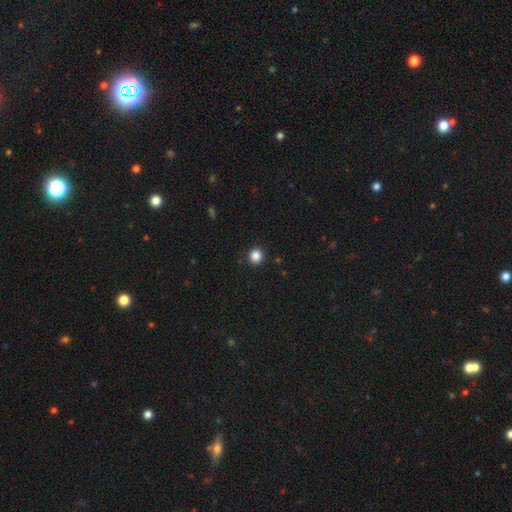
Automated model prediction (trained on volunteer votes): smooth-or-featured: smooth: 86% | star or artifact: 11% | featured or disk: 3%
  how-rounded: round: 93% | in between: 6% | cigar-shaped: 1%
  merging: none: 93% | minor disturbance: 5% | major disturbance: 2% | merger: 1%